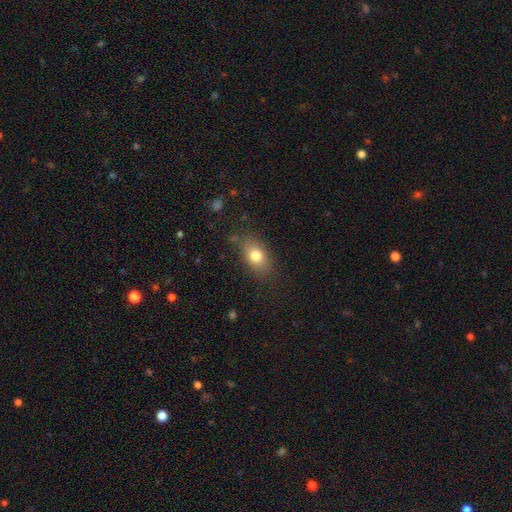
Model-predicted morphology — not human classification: Smooth or featured? smooth (78%)
How rounded? in between (82%)
Merging? none (80%)